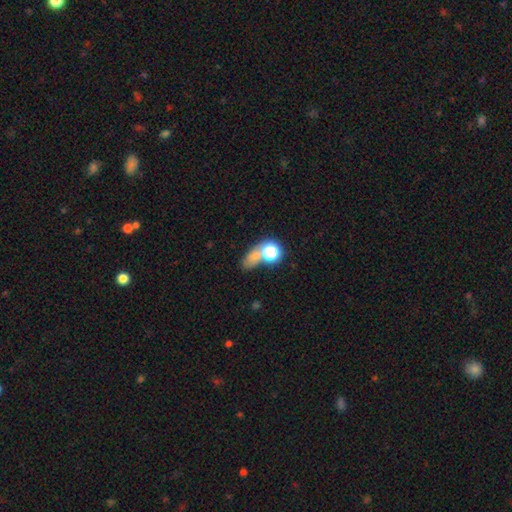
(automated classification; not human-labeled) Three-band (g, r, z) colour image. It shows a smooth galaxy with no disk features (62%) that is in between round and cigar-shaped (50%). Merging: none (42%).